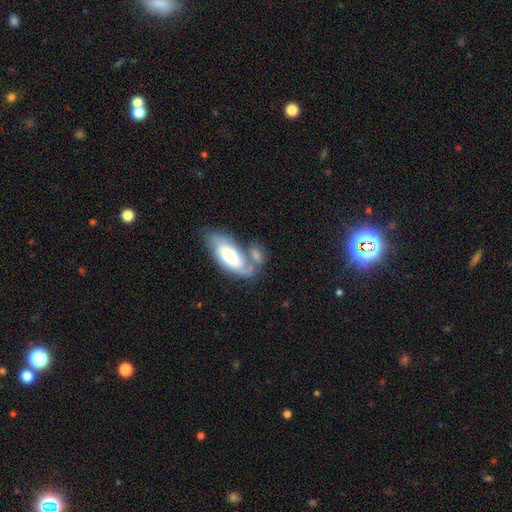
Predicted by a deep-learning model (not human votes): Smooth or featured? smooth (58%)
How rounded? in between (82%)
Merging? none (36%, tied with merger)